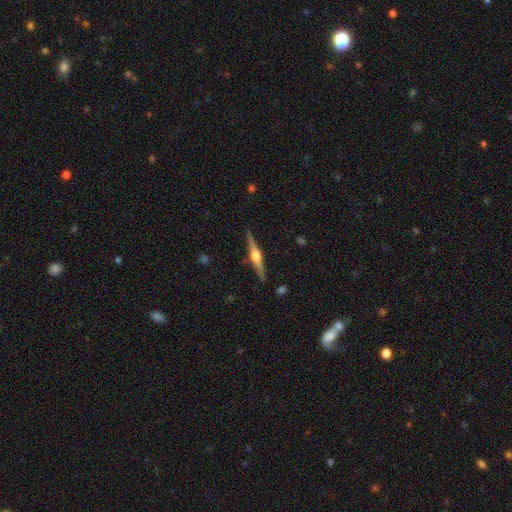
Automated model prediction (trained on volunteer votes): A featured or disk galaxy (80%) viewed edge-on (98%) with a rounded central bulge (91%). Merging: none (90%).